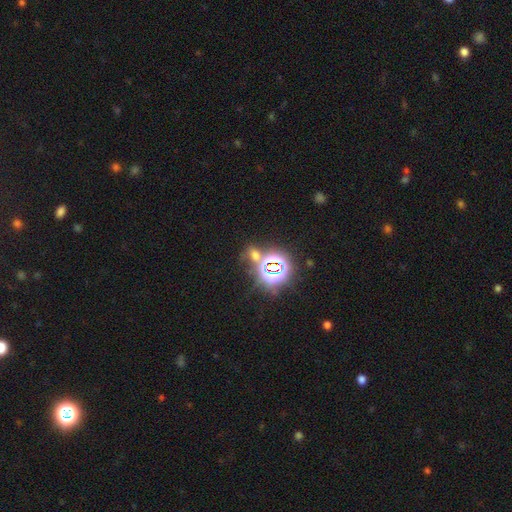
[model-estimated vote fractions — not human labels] Smooth or featured?
  - star or artifact: 60% *
  - smooth: 31%
  - featured or disk: 9%